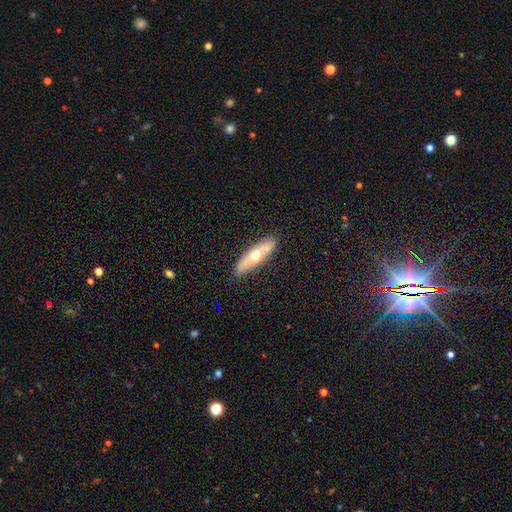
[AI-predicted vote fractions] Smooth or featured? Predicted: featured or disk (p=0.47, tied with smooth). Merging? Predicted: none (p=0.84).